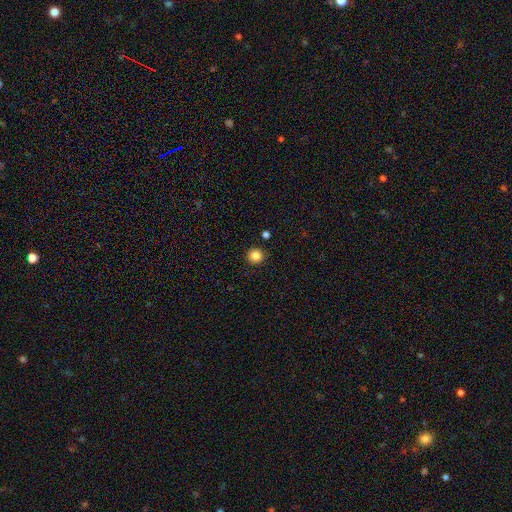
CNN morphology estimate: smooth 84%, star or artifact 11%, featured or disk 4%. Down the decision tree: how rounded — round (93%); merging — none (91%).